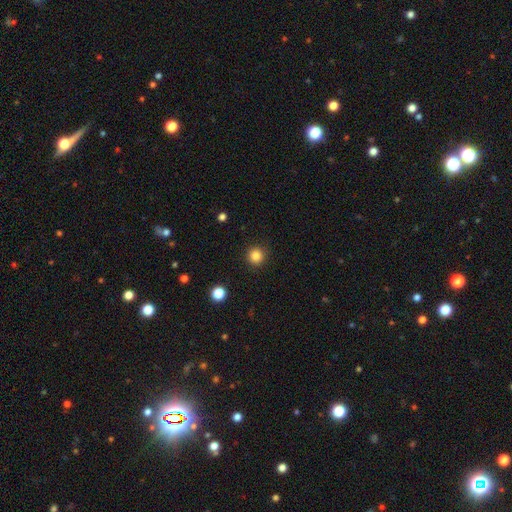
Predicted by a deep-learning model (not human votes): The model was most divided on "smooth or featured": smooth: 84%, star or artifact: 12%, featured or disk: 4%. More confident: how rounded — round (95%); merging — none (92%).